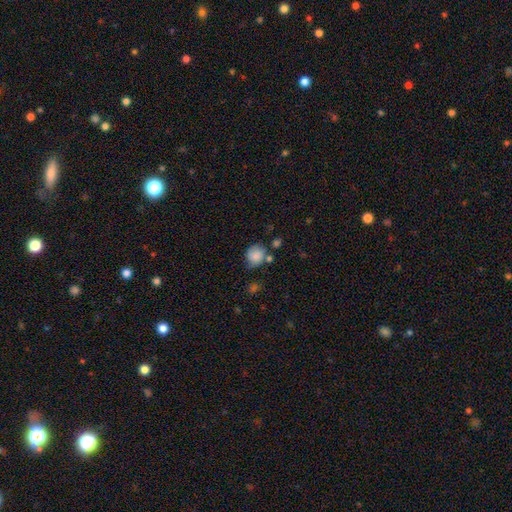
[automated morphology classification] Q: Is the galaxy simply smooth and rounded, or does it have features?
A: smooth — 84%.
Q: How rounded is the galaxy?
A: round — 75%.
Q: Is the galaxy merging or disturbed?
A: none — 62%.